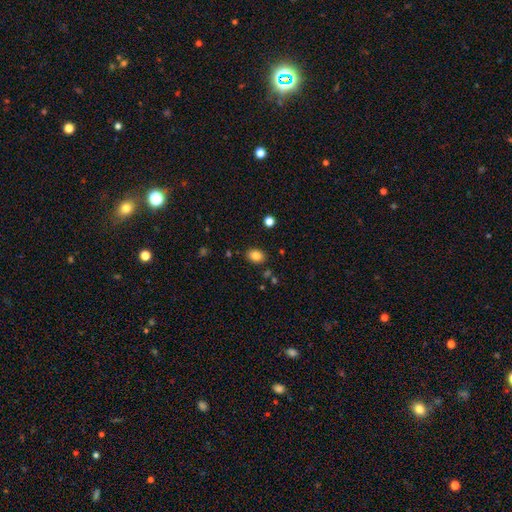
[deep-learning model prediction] Smooth or featured: smooth — 85% (star or artifact — 10%)
How rounded: in between — 69% (round — 30%)
Merging: none — 85% (minor disturbance — 10%)